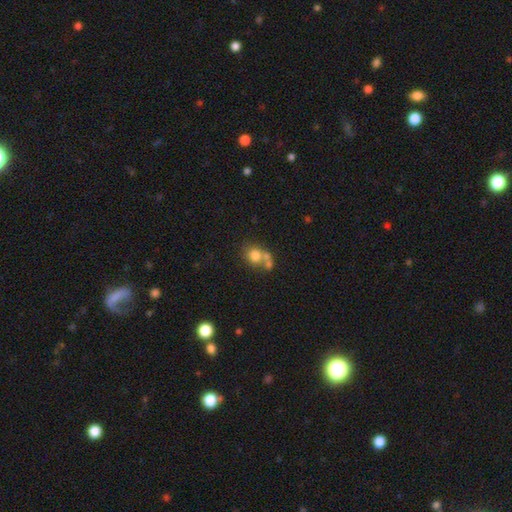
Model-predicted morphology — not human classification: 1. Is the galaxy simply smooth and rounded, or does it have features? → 72% smooth, 17% featured or disk, 12% star or artifact.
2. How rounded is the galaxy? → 72% round, 27% in between, 1% cigar-shaped.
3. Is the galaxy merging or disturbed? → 46% merger, 39% none, 10% minor disturbance, 5% major disturbance.